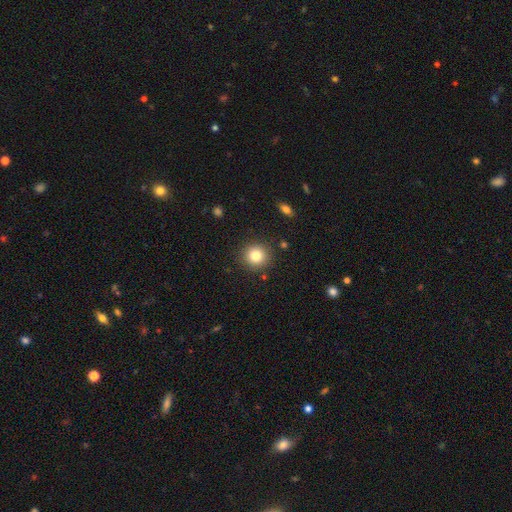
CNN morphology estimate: This is clearly a smooth galaxy (81%). How rounded: clearly round (92%). Merging: clearly none (89%).